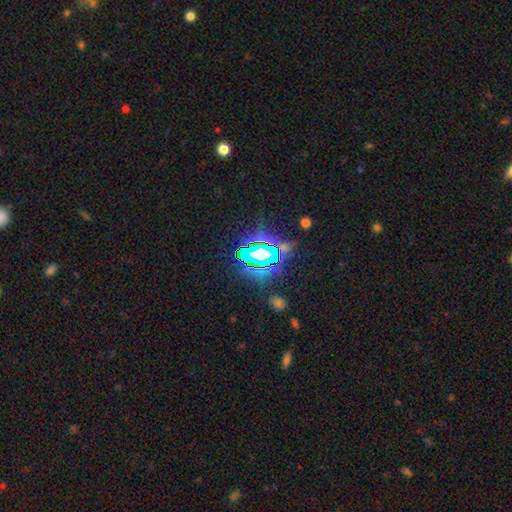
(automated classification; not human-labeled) smooth_or_featured: star or artifact (p=0.73) [alt: smooth p=0.14]